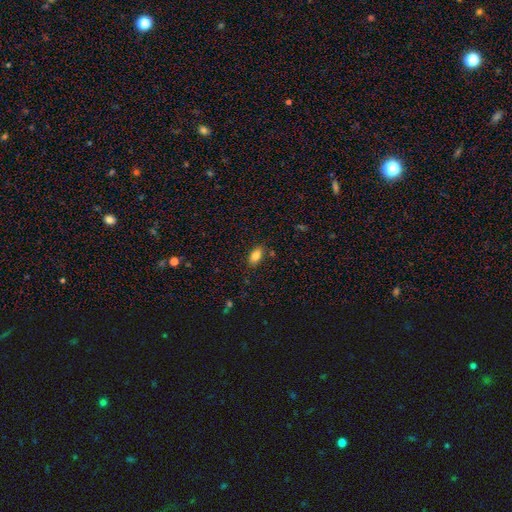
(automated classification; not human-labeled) Smooth or featured?
  - smooth: 84% *
  - star or artifact: 9%
  - featured or disk: 7%
How rounded?
  - in between: 90% *
  - round: 7%
  - cigar-shaped: 3%
Merging?
  - none: 84% *
  - minor disturbance: 11%
  - major disturbance: 3%
  - merger: 2%